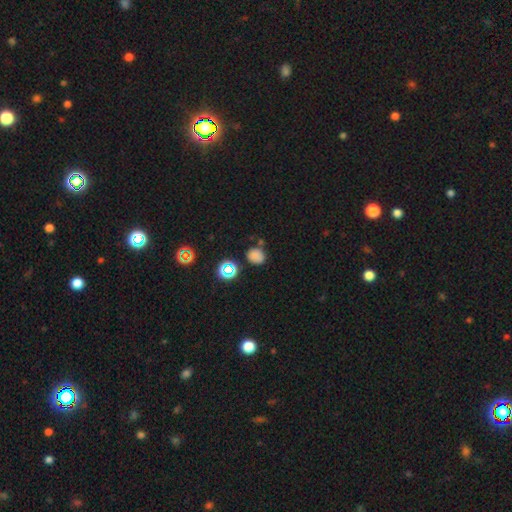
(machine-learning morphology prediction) The model was most divided on "how rounded": round: 65%, in between: 34%, cigar-shaped: 1%. More confident: smooth or featured — smooth (72%); merging — none (70%).